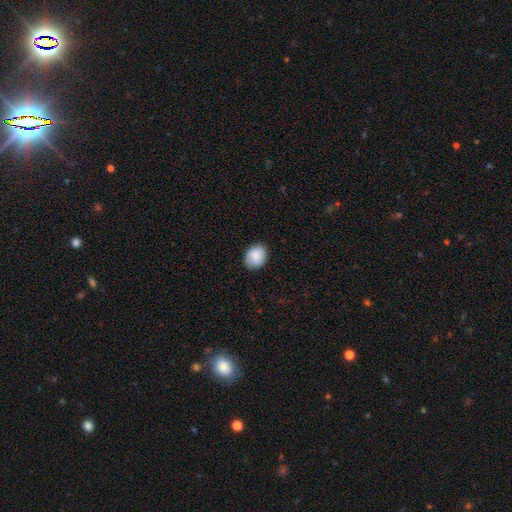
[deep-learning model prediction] smooth 84%, featured or disk 8%, star or artifact 7%. Down the decision tree: how rounded — in between (55%); merging — none (83%).